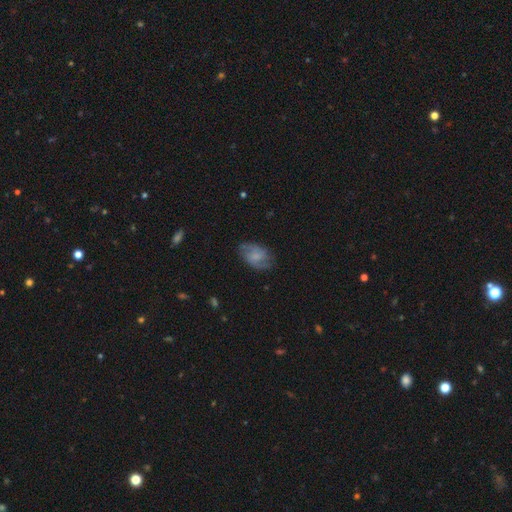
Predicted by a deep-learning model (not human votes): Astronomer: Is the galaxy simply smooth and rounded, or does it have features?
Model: smooth — 49% (runner-up: featured or disk, 43%).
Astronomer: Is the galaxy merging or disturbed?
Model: none — 69%.